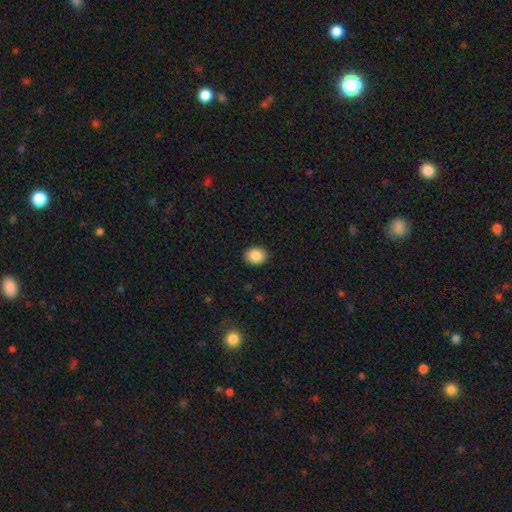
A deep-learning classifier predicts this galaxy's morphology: This appears to be a smooth galaxy with no disk features (86%) that is round (54%). Merging: none (91%).